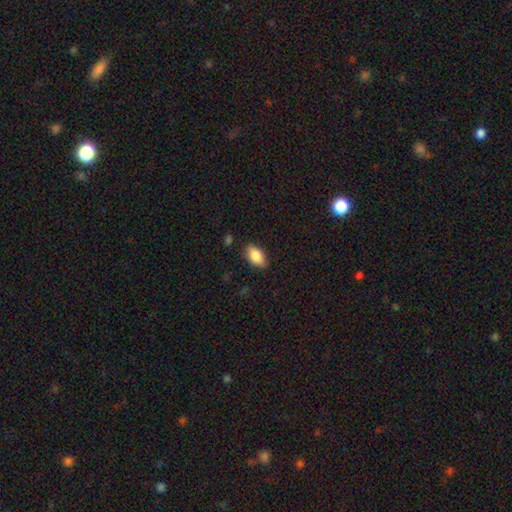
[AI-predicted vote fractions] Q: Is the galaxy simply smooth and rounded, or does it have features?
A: smooth — 83%.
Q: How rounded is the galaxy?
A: in between — 91%.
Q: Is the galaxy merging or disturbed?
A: none — 83%.